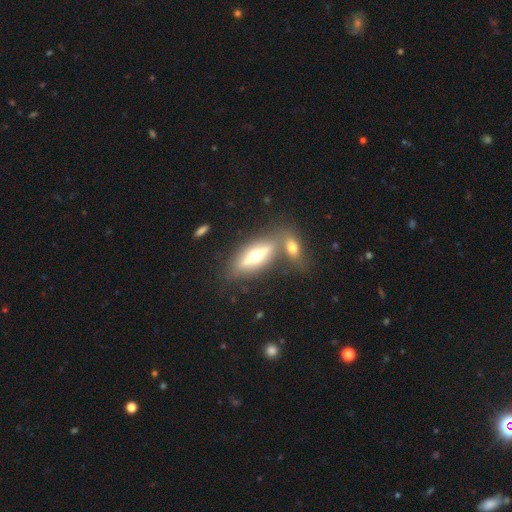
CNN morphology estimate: Q: Smooth or featured?
A: featured or disk (58%); runner-up: smooth (35%)
Q: Edge-on disk?
A: yes (80%); runner-up: no (20%)
Q: Merging?
A: none (57%); runner-up: merger (29%)